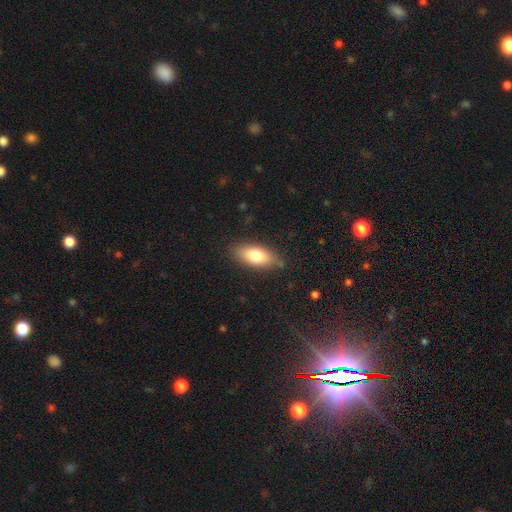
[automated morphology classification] Overall: smooth (77%). How rounded: in between (82%). Merging: none (83%).